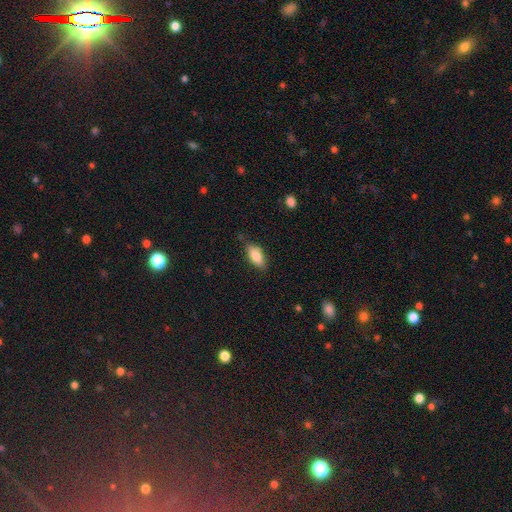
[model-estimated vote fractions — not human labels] smooth_or_featured: smooth (p=0.81) [alt: featured or disk p=0.12]
how_rounded: in between (p=0.80) [alt: cigar-shaped p=0.17]
merging: none (p=0.77) [alt: minor disturbance p=0.18]